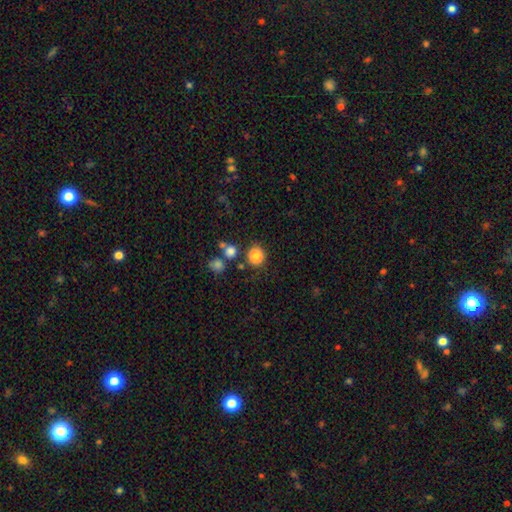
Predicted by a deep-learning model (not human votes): This is clearly a smooth galaxy (85%). How rounded: clearly round (87%). Merging: likely none (78%).